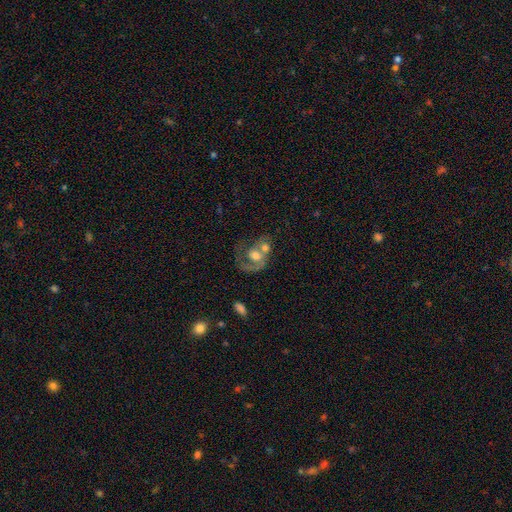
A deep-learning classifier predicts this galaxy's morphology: This appears to be a featured or disk galaxy (61%) with no bar (78%), spiral arms (75%) and a moderate central bulge (53%). Merging: merger (60%).